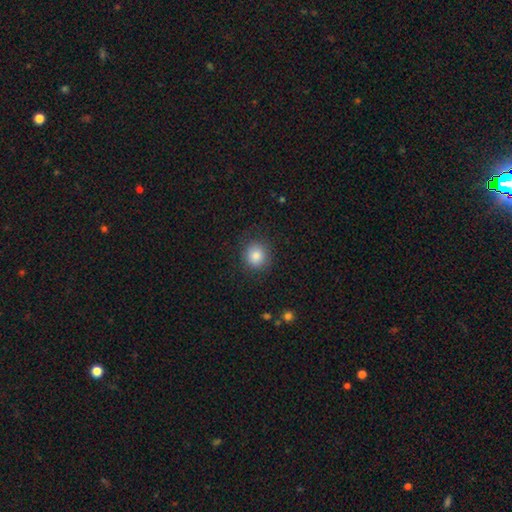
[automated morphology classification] Smooth or featured?
  - smooth: 84% *
  - star or artifact: 10%
  - featured or disk: 6%
How rounded?
  - round: 86% *
  - in between: 14%
  - cigar-shaped: 1%
Merging?
  - none: 86% *
  - minor disturbance: 10%
  - major disturbance: 3%
  - merger: 1%